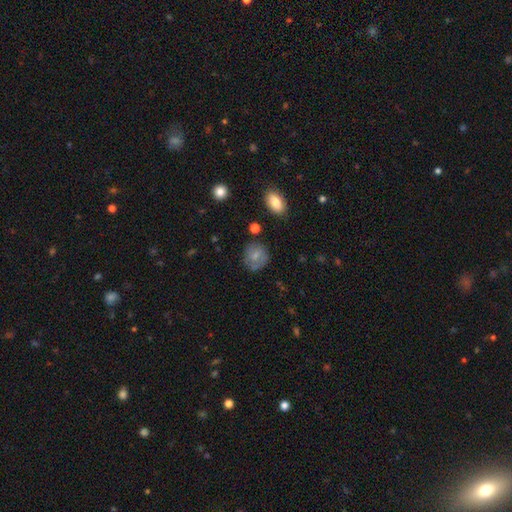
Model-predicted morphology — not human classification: The model was most divided on "smooth or featured": smooth: 70%, featured or disk: 22%, star or artifact: 9%. More confident: how rounded — round (78%); merging — none (70%).